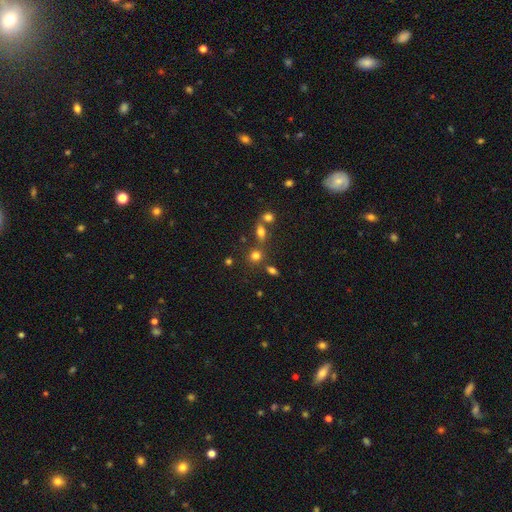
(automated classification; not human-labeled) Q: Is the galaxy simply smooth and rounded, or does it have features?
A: smooth — 73%.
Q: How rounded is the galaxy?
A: round — 77%.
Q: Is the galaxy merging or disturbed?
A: none — 63%.